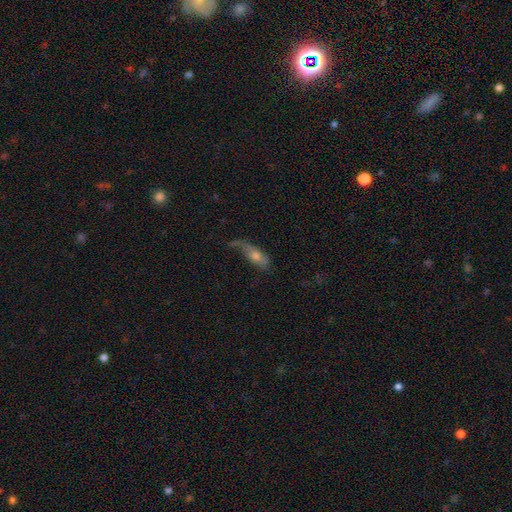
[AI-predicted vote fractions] This is possibly a smooth galaxy (51%). How rounded: likely in between (60%). Merging: marginally none (38%).